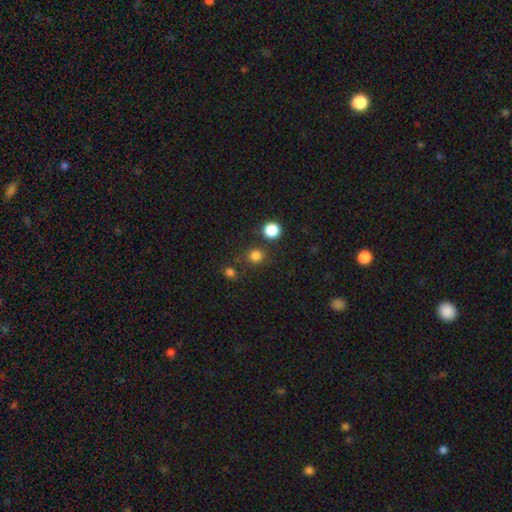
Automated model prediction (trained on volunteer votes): A smooth galaxy with no disk features (80%) that is round (85%). Merging: none (77%).